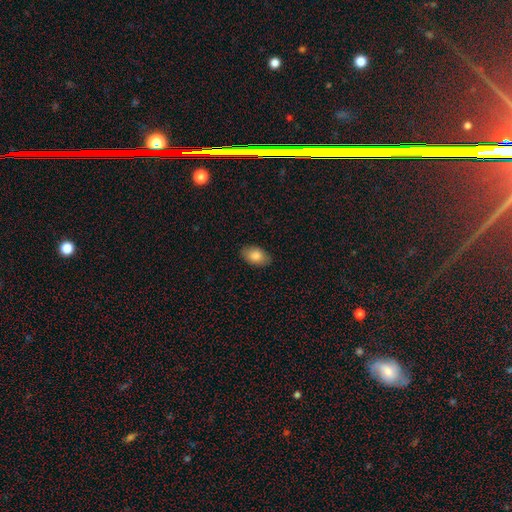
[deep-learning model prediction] Smooth or featured? smooth (84%)
How rounded? in between (91%)
Merging? none (86%)